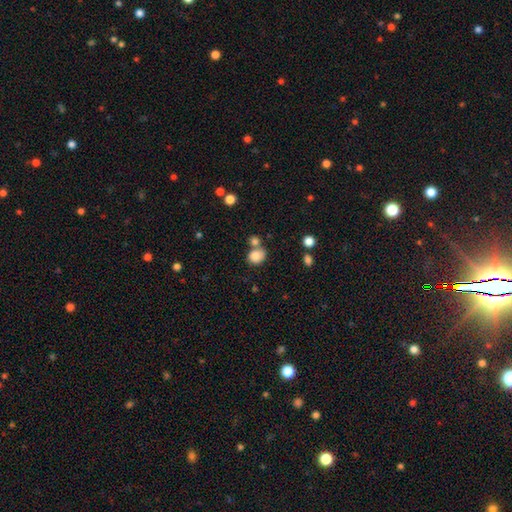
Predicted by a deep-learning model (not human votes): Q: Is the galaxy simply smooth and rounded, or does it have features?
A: smooth — 83%.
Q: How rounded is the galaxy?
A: round — 61%.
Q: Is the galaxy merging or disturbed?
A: none — 51%.